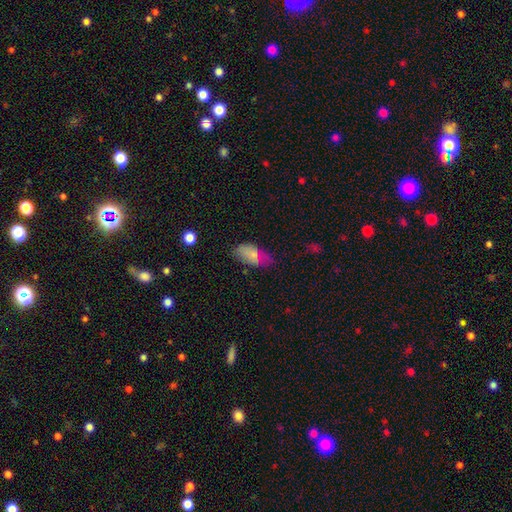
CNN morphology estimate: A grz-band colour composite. It shows a smooth galaxy with no disk features (74%) that is in between round and cigar-shaped (91%). Merging: none (64%).